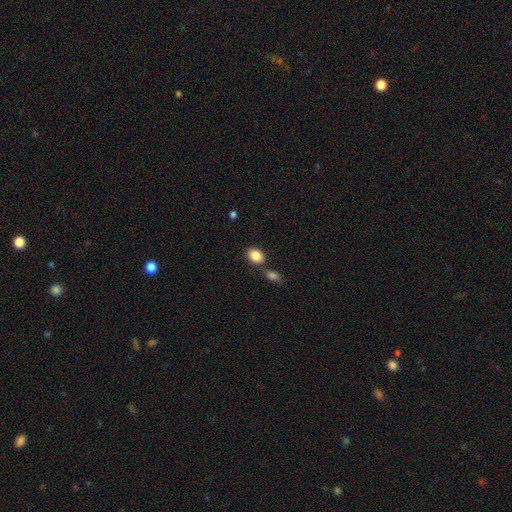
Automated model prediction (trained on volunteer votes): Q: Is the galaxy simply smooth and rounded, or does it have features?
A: smooth — 86%.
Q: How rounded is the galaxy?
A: in between — 68%.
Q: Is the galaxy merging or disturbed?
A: none — 66%.